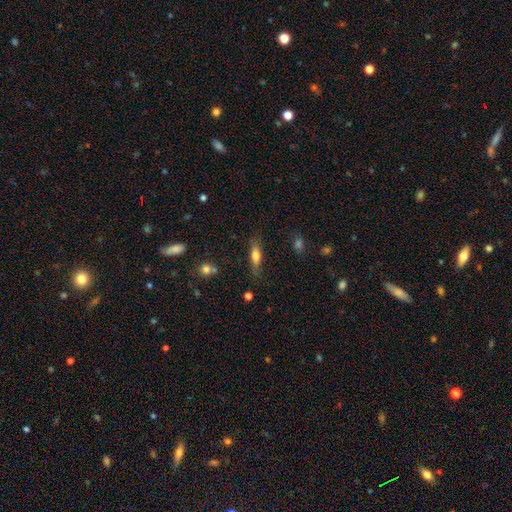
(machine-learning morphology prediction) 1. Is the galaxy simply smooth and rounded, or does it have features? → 69% smooth, 23% featured or disk, 7% star or artifact.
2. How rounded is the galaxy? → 51% cigar-shaped, 47% in between, 3% round.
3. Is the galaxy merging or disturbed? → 74% none, 18% minor disturbance, 5% major disturbance, 3% merger.